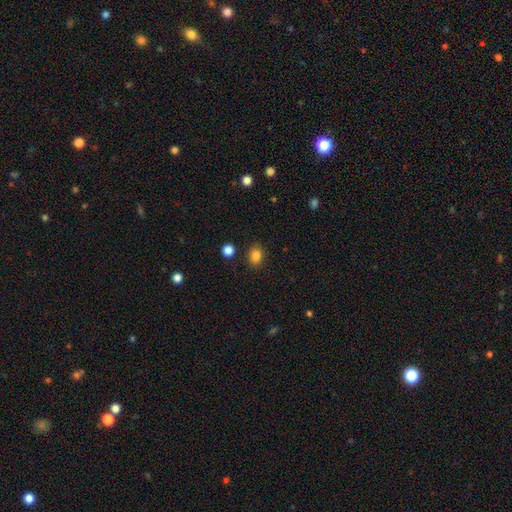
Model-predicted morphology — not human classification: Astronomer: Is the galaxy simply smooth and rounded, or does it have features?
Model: smooth — 84%.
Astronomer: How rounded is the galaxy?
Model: in between — 51% (runner-up: round, 48%).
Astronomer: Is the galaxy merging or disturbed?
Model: none — 86%.